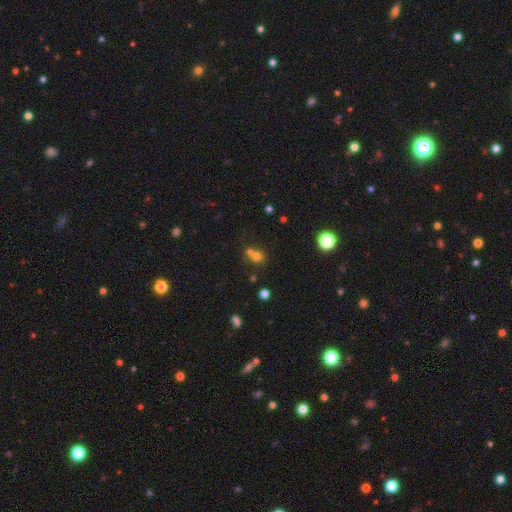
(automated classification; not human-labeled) The model was most divided on "merging": merger: 48%, none: 42%, minor disturbance: 7%, major disturbance: 3%. More confident: how rounded — round (80%); smooth or featured — smooth (67%).